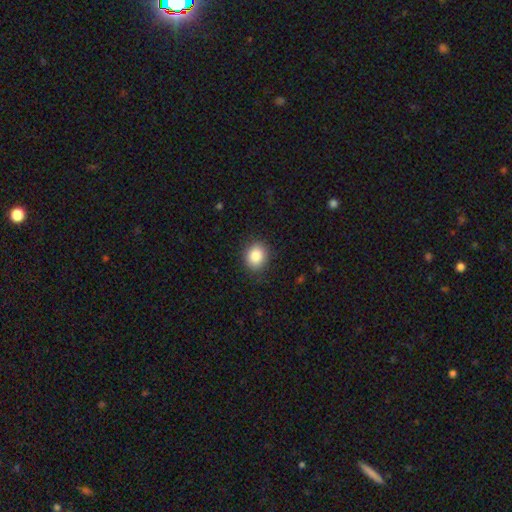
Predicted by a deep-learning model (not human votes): This is clearly a smooth galaxy (86%). How rounded: likely round (63%). Merging: clearly none (87%).